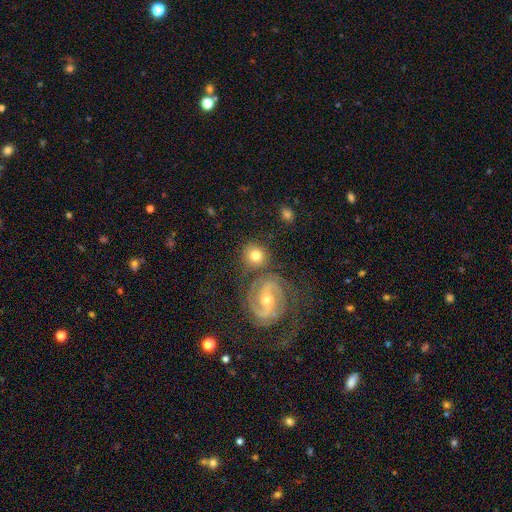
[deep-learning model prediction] Overall: smooth (59%; featured or disk 33%). How rounded: round (88%). Merging: none (73%).